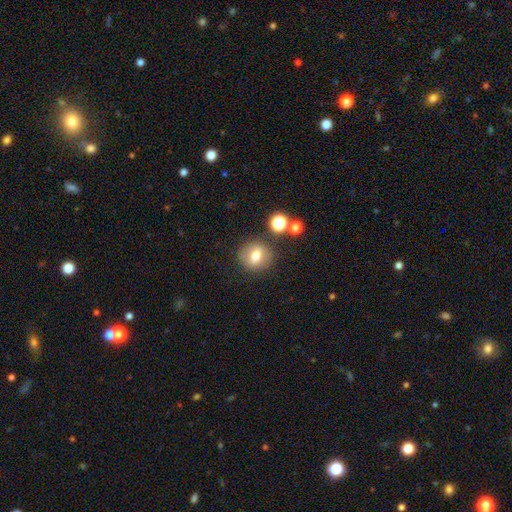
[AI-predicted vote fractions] This appears to be a smooth galaxy with no disk features (69%) that is round (82%). Merging: none (82%).